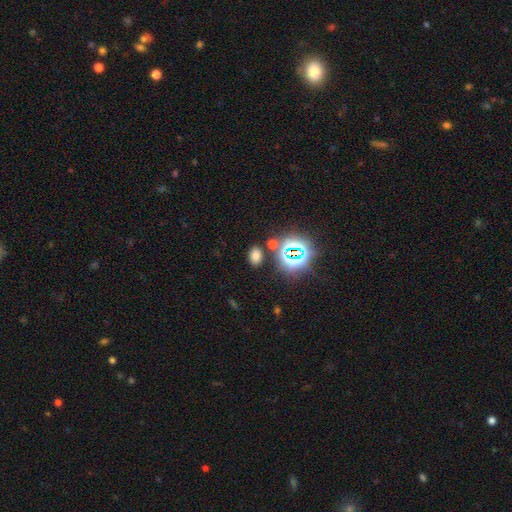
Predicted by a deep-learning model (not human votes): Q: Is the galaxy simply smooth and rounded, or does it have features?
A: smooth — 66%.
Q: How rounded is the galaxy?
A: in between — 79%.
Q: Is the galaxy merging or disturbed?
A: none — 82%.